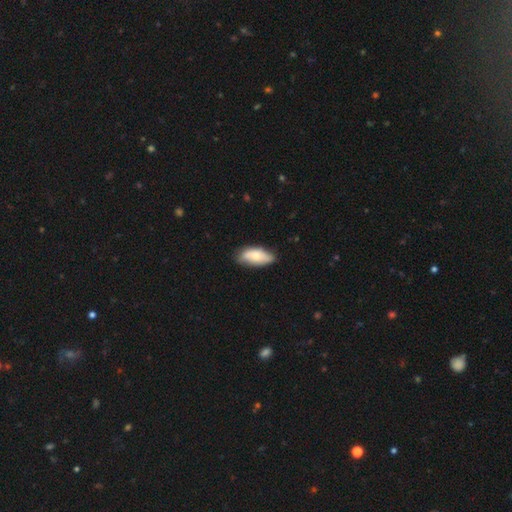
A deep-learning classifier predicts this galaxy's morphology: A smooth galaxy with no disk features (67%) that is in between round and cigar-shaped (86%). Merging: none (70%).